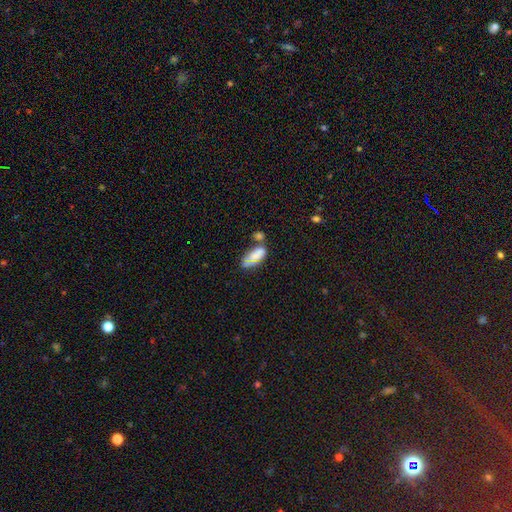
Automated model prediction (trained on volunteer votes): smooth_or_featured: smooth (p=0.72) [alt: featured or disk p=0.20]
how_rounded: in between (p=0.81) [alt: cigar-shaped p=0.16]
merging: none (p=0.36) [alt: merger p=0.32]